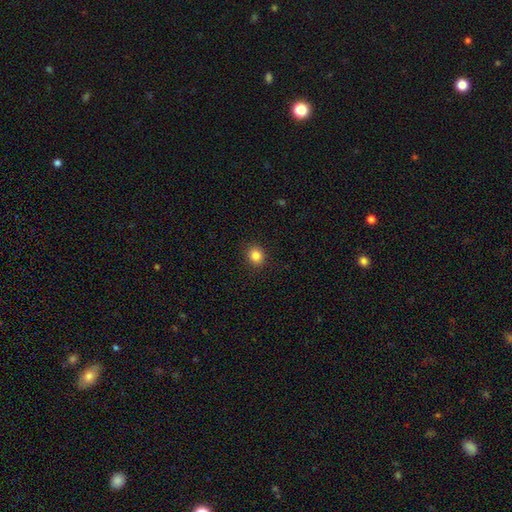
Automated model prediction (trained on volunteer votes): A smooth galaxy with no disk features (84%) that is round (72%).

Vote fractions:
- Smooth or featured? smooth: 84% / star or artifact: 11% / featured or disk: 5%
- How rounded? round: 72% / in between: 27% / cigar-shaped: 1%
- Merging? none: 91% / minor disturbance: 7% / major disturbance: 2% / merger: 1%